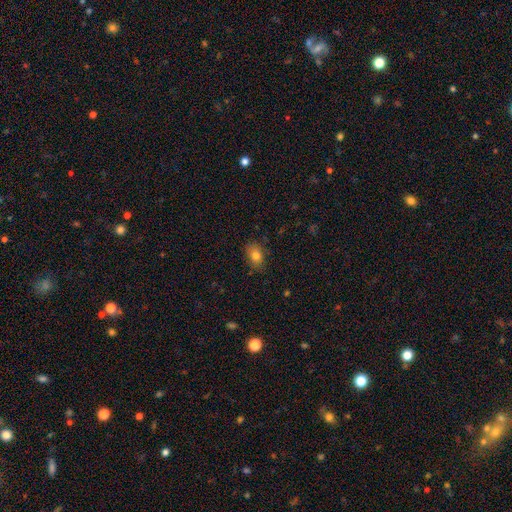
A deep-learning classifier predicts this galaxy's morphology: A smooth galaxy with no disk features (80%) that is in between round and cigar-shaped (79%).

Vote fractions:
- Smooth or featured? smooth: 80% / star or artifact: 10% / featured or disk: 10%
- How rounded? in between: 79% / round: 20% / cigar-shaped: 2%
- Merging? none: 81% / minor disturbance: 14% / major disturbance: 3% / merger: 1%